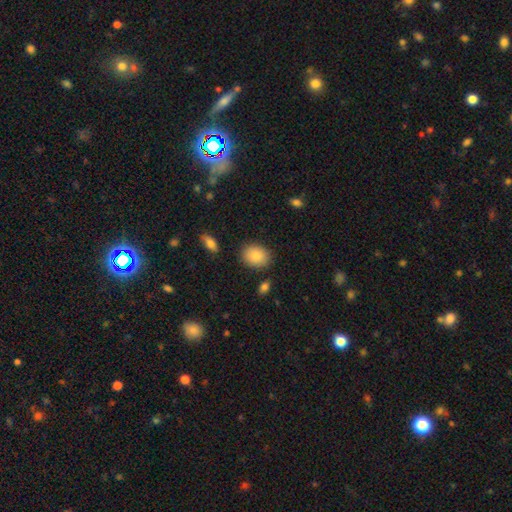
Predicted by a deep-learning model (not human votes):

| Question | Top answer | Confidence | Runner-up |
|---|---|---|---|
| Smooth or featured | smooth | 88% | star or artifact (7%) |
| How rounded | in between | 64% | round (35%) |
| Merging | none | 85% | minor disturbance (10%) |